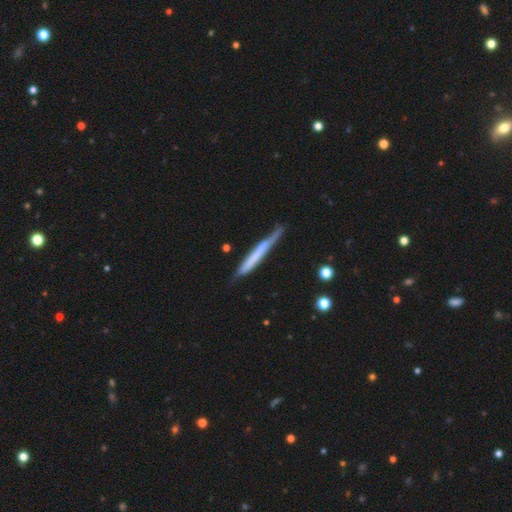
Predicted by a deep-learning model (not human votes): This appears to be a smooth galaxy with no disk features (53%) that is cigar-shaped (96%). Merging: none (69%).